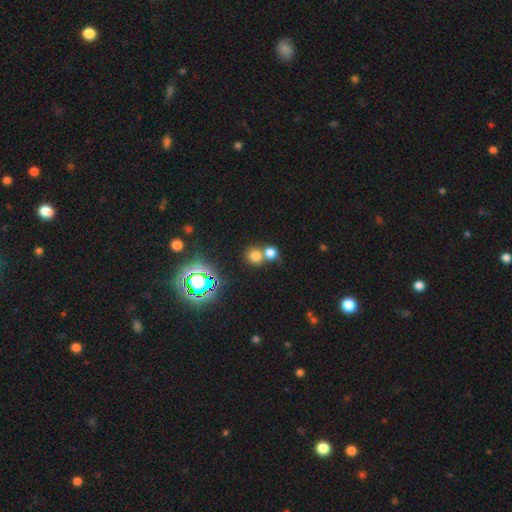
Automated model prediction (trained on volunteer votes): smooth_or_featured: smooth (p=0.69) [alt: star or artifact p=0.22]
how_rounded: round (p=0.87) [alt: in between p=0.12]
merging: none (p=0.50) [alt: merger p=0.41]